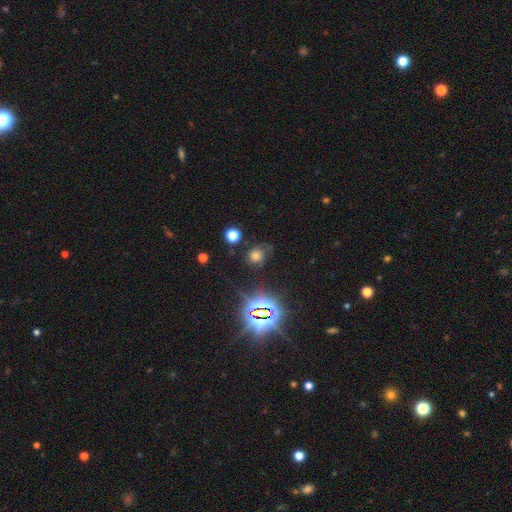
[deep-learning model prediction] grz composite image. It shows a smooth galaxy with no disk features (51%) that is round (77%). Merging: none (58%).